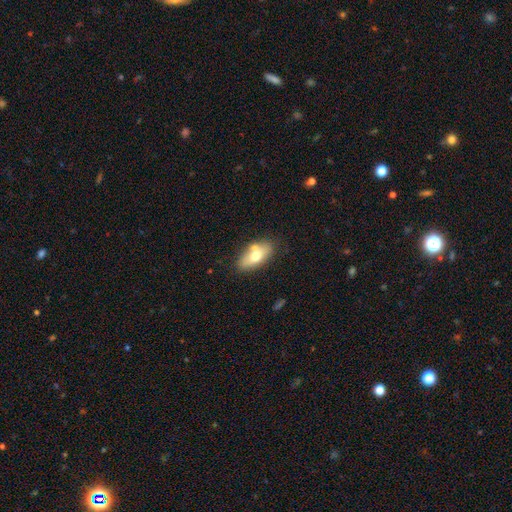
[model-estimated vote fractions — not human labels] smooth 66%, featured or disk 26%, star or artifact 7%. Down the decision tree: how rounded — in between (88%); merging — none (69%).